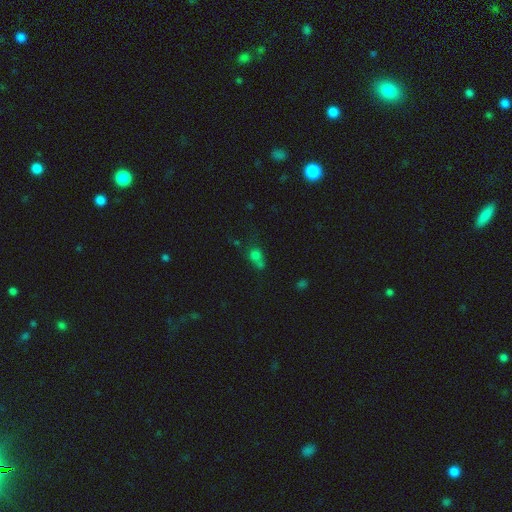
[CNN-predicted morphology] smooth-or-featured: smooth: 68% | star or artifact: 20% | featured or disk: 12%
  how-rounded: round: 60% | in between: 37% | cigar-shaped: 3%
  merging: merger: 39% | none: 36% | minor disturbance: 15% | major disturbance: 10%